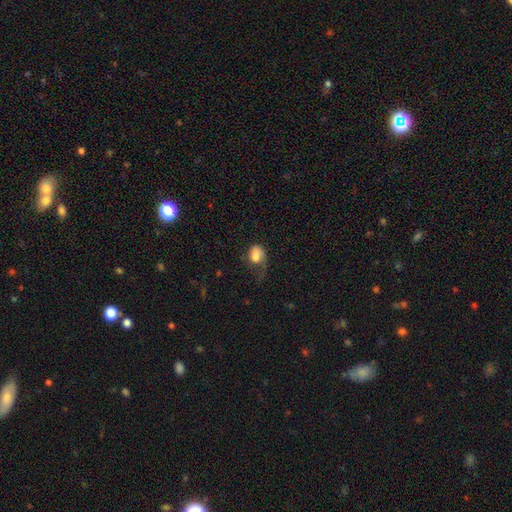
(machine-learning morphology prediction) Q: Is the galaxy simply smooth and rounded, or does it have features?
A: smooth — 69%.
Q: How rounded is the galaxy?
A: in between — 69%.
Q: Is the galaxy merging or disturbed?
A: major disturbance — 50%.